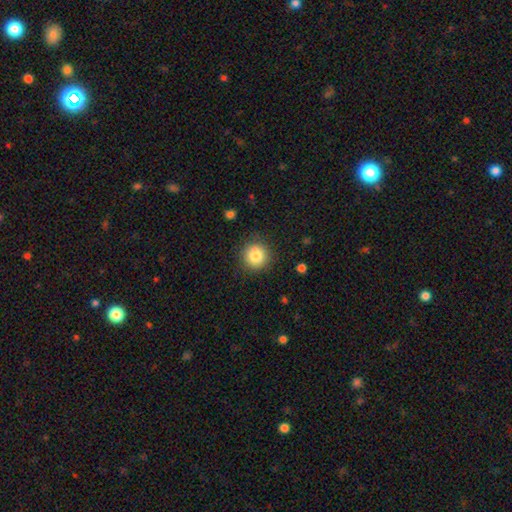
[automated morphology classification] Smooth or featured?
  - smooth: 83% *
  - star or artifact: 10%
  - featured or disk: 7%
How rounded?
  - round: 93% *
  - in between: 6%
  - cigar-shaped: 1%
Merging?
  - none: 88% *
  - minor disturbance: 8%
  - major disturbance: 3%
  - merger: 1%